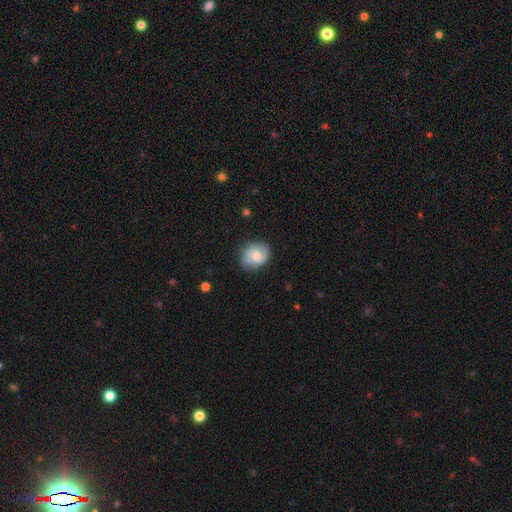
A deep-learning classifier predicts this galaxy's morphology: type=featured or disk (49%); merging=none (78%).